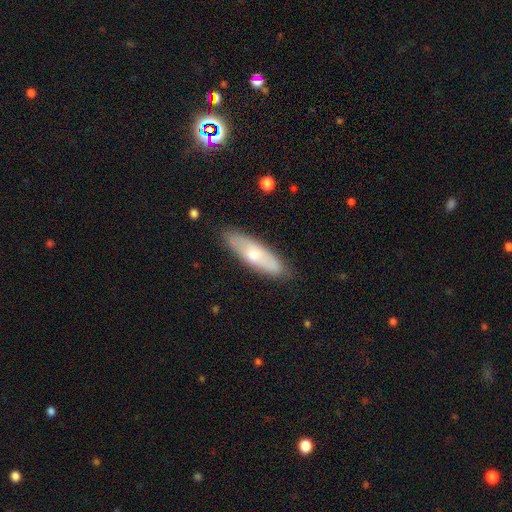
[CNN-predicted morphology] A smooth galaxy with no disk features (56%) that is cigar-shaped (54%).

Vote fractions:
- Smooth or featured? smooth: 56% / featured or disk: 37% / star or artifact: 6%
- How rounded? cigar-shaped: 54% / in between: 44% / round: 2%
- Merging? none: 82% / minor disturbance: 14% / major disturbance: 3% / merger: 2%